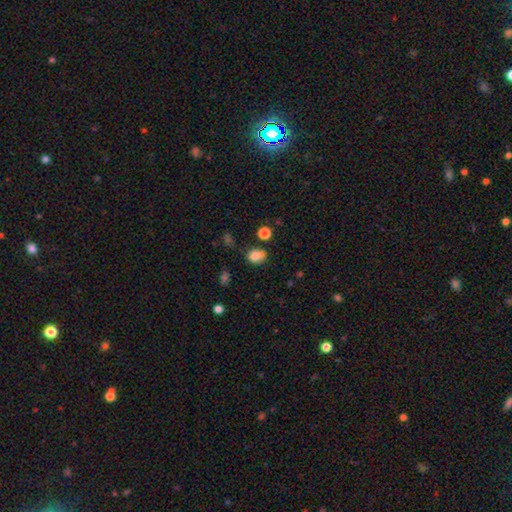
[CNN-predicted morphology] Smooth or featured?
  - smooth: 76% *
  - star or artifact: 12%
  - featured or disk: 11%
How rounded?
  - round: 50% *
  - in between: 49%
  - cigar-shaped: 1%
Merging?
  - none: 45% *
  - merger: 25%
  - minor disturbance: 22%
  - major disturbance: 9%